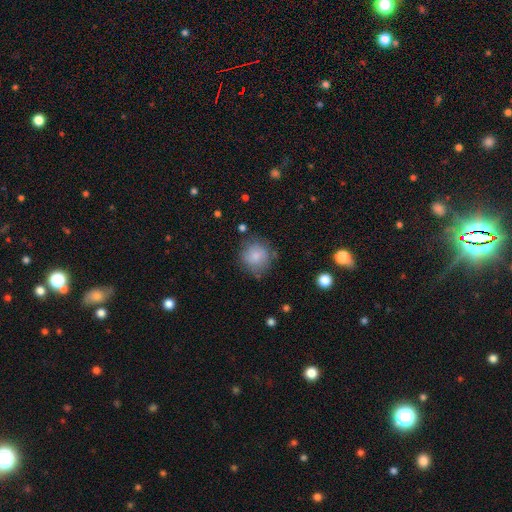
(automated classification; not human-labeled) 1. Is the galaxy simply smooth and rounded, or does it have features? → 81% smooth, 11% featured or disk, 8% star or artifact.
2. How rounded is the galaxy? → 87% round, 12% in between, 1% cigar-shaped.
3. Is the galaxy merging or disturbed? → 71% none, 20% minor disturbance, 6% major disturbance, 3% merger.